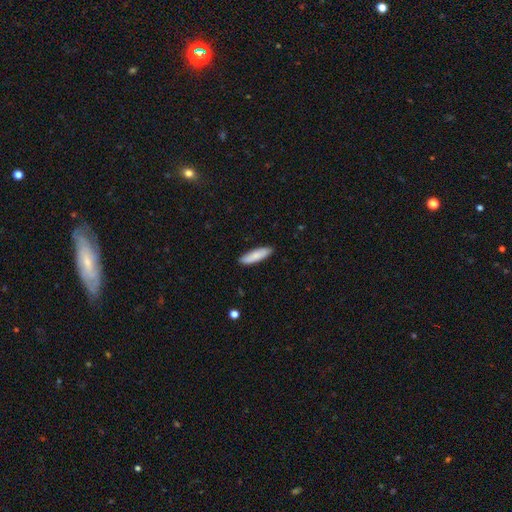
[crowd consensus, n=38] smooth_or_featured: smooth (p=0.92) [alt: featured or disk p=0.08]
how_rounded: cigar-shaped (p=0.69) [alt: in between p=0.31]
merging: none (p=0.87) [alt: minor disturbance p=0.13]